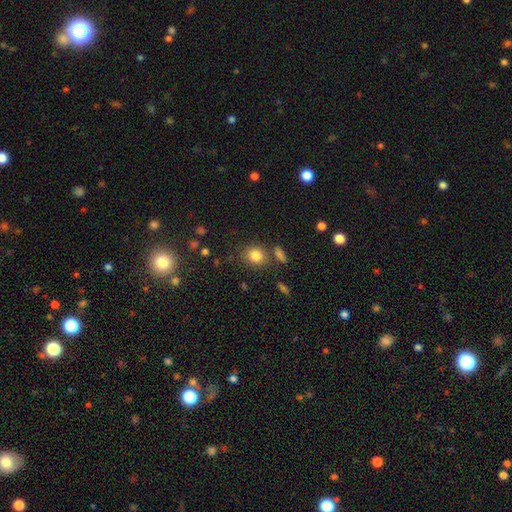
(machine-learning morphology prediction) Overall: smooth (82%). How rounded: round (61%; in between 38%). Merging: none (73%).